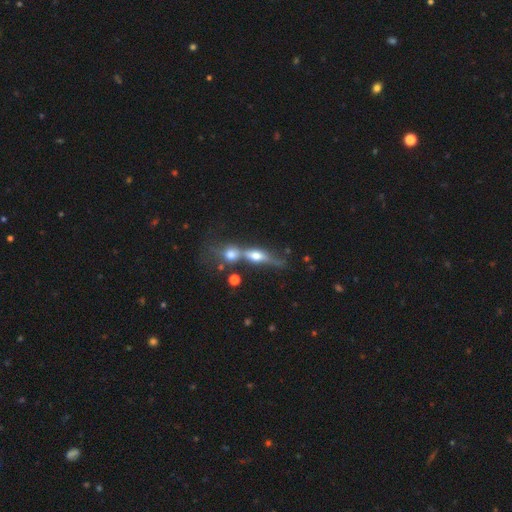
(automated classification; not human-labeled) A featured or disk galaxy (45%). Merging: merger (55%).